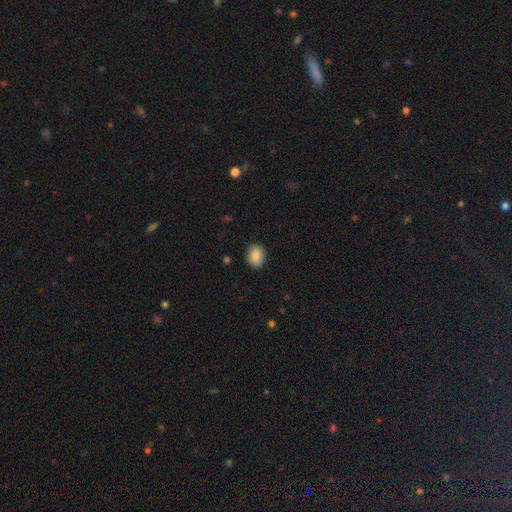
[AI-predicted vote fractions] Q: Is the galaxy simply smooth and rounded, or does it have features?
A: smooth — 87%.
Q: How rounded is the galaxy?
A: in between — 61%.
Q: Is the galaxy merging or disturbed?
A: none — 89%.